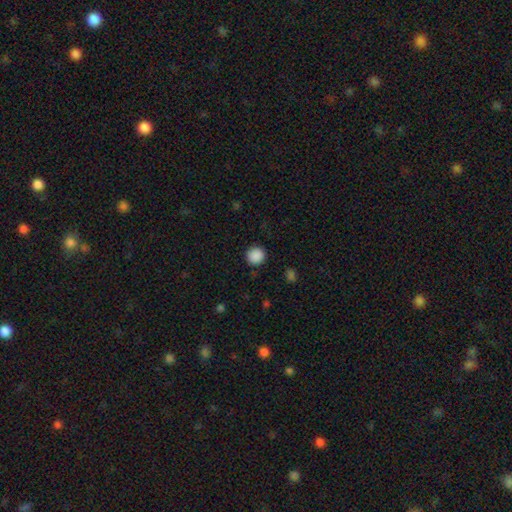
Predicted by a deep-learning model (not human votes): Morphology: type=smooth (88%); roundness=round (94%); merging=none (91%).